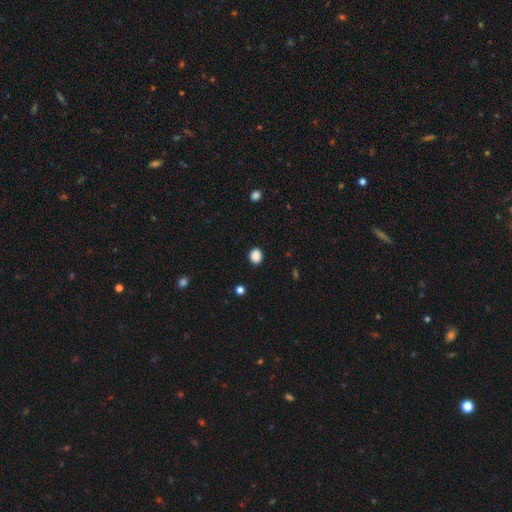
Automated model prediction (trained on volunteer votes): The model was most divided on "how rounded": round: 71%, in between: 28%, cigar-shaped: 1%. More confident: merging — none (89%); smooth or featured — smooth (87%).